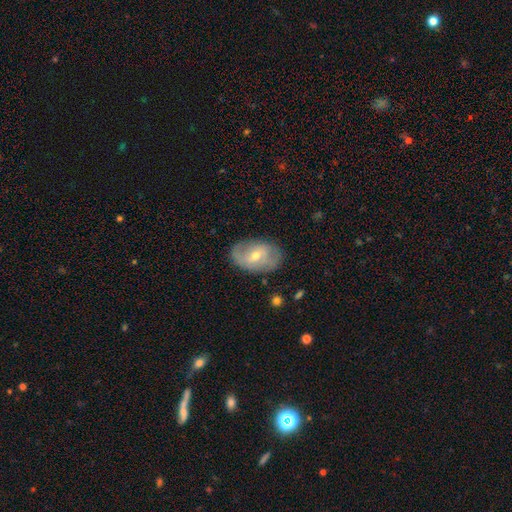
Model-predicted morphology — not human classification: Smooth or featured?
  - featured or disk: 62% *
  - smooth: 31%
  - star or artifact: 7%
Edge-on disk?
  - no: 94% *
  - yes: 6%
Bar?
  - weak: 46% *
  - no: 40%
  - strong: 14%
Spiral arms?
  - yes: 74% *
  - no: 26%
Bulge size?
  - moderate: 52% *
  - small: 45%
  - large: 2%
  - none: 1%
  - dominant: 1%
Merging?
  - none: 73% *
  - minor disturbance: 19%
  - major disturbance: 6%
  - merger: 1%